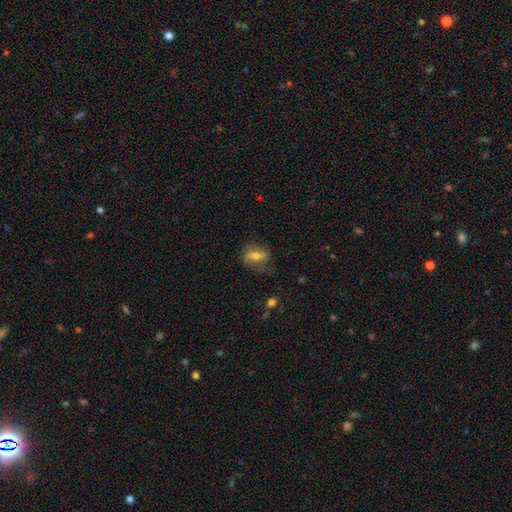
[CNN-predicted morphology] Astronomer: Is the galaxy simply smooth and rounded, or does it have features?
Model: featured or disk — 48% (runner-up: smooth, 44%).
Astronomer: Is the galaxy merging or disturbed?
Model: none — 62%.